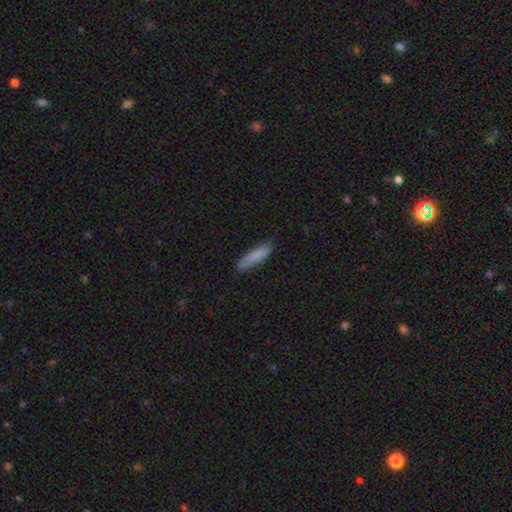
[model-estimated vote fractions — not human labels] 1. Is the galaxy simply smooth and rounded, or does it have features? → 84% smooth, 10% featured or disk, 6% star or artifact.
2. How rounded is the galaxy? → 79% cigar-shaped, 19% in between, 1% round.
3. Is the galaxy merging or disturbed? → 81% none, 15% minor disturbance, 3% major disturbance, 1% merger.